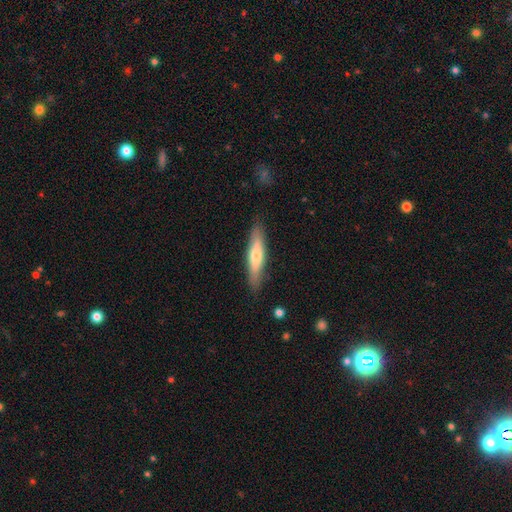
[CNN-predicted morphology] A smooth galaxy with no disk features (54%) that is cigar-shaped (81%).

Vote fractions:
- Smooth or featured? smooth: 54% / featured or disk: 40% / star or artifact: 6%
- How rounded? cigar-shaped: 81% / in between: 17% / round: 2%
- Merging? none: 86% / minor disturbance: 10% / major disturbance: 2% / merger: 1%